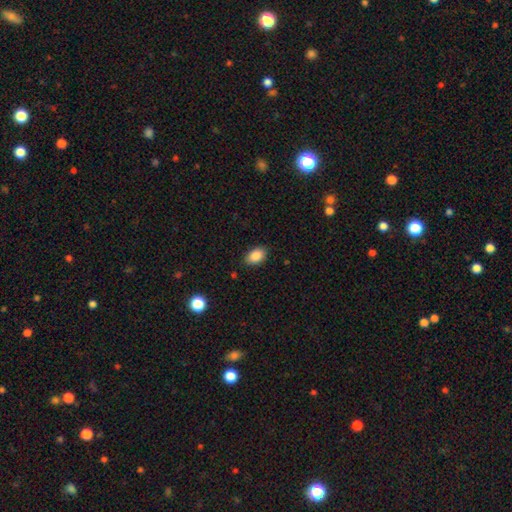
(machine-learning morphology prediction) Q: Smooth or featured?
A: smooth (88%); runner-up: star or artifact (8%)
Q: How rounded?
A: in between (88%); runner-up: round (11%)
Q: Merging?
A: none (85%); runner-up: minor disturbance (12%)